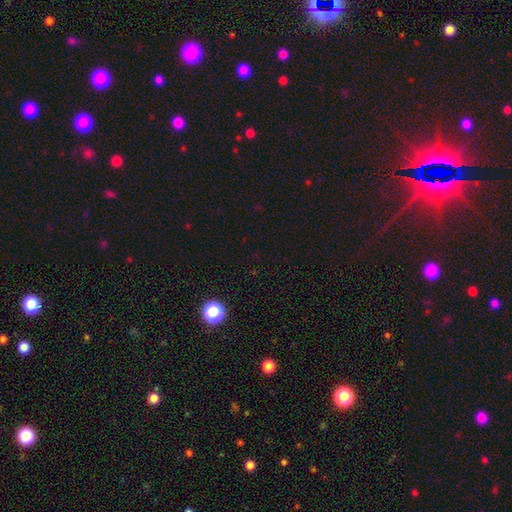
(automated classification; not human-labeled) The model was most divided on "smooth or featured": star or artifact: 68%, smooth: 25%, featured or disk: 7%.